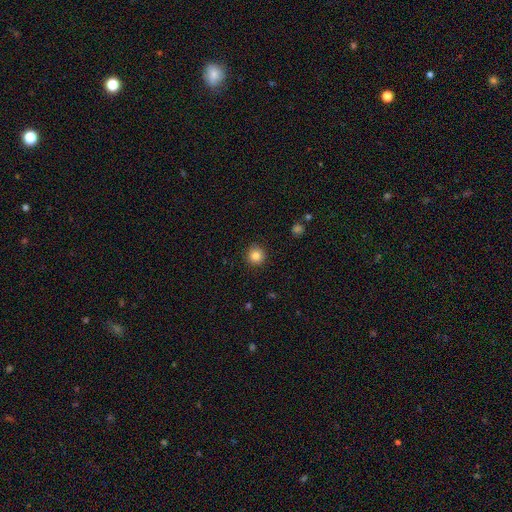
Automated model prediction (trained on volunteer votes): smooth_or_featured: smooth (p=0.84) [alt: star or artifact p=0.11]
how_rounded: round (p=0.95) [alt: in between p=0.04]
merging: none (p=0.91) [alt: minor disturbance p=0.06]